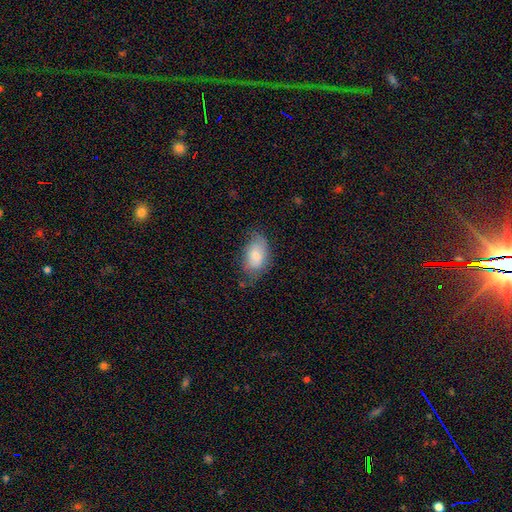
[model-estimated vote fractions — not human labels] Smooth or featured? Predicted: smooth (p=0.74). How rounded? Predicted: in between (p=0.91). Merging? Predicted: none (p=0.59).